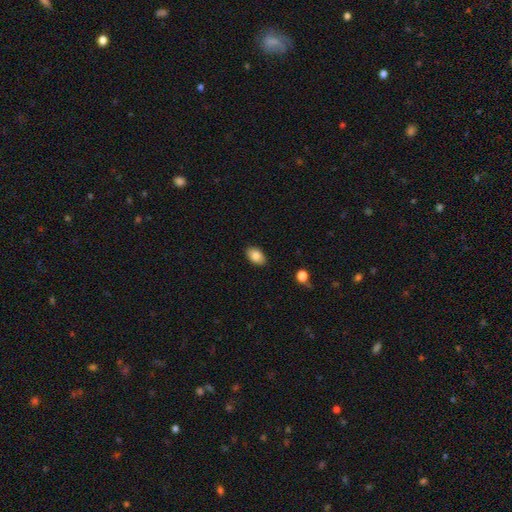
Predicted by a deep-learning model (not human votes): Overall: smooth (85%). How rounded: in between (88%). Merging: none (88%).